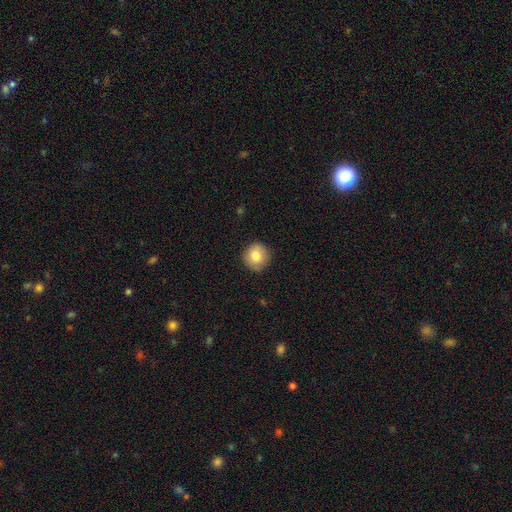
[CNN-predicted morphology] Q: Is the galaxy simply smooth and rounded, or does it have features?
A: smooth — 81%.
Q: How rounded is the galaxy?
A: round — 93%.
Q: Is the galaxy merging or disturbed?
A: none — 88%.